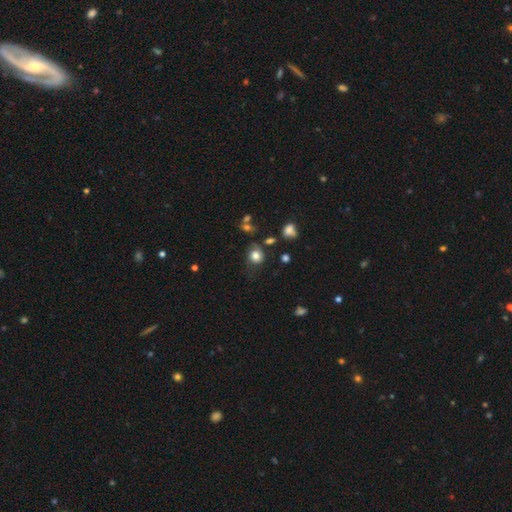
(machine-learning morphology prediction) type=smooth (80%); roundness=round (76%); merging=none (62%).